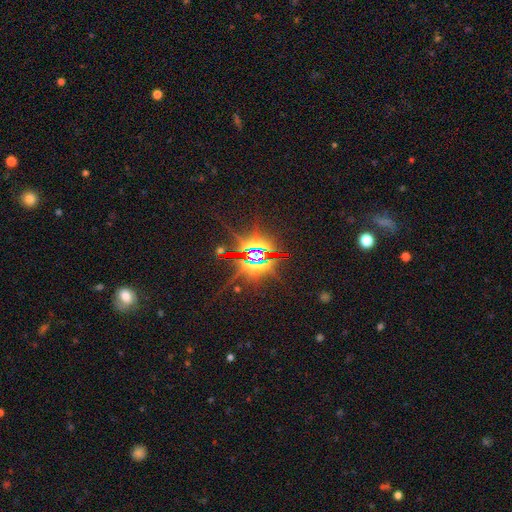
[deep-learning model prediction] Q: Smooth or featured?
A: star or artifact (82%); runner-up: featured or disk (11%)